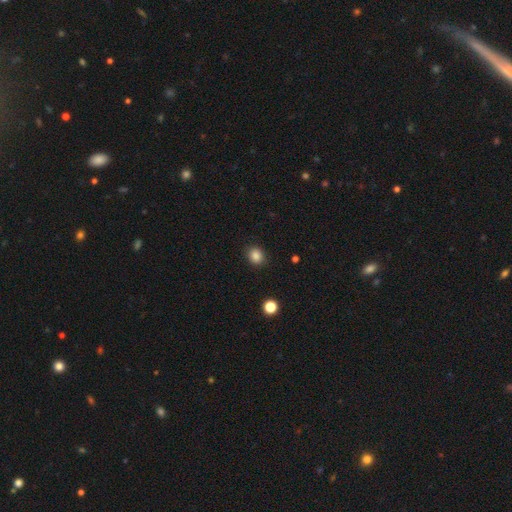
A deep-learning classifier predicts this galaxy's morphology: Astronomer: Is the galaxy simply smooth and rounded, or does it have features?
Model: smooth — 85%.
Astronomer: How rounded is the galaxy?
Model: round — 66%.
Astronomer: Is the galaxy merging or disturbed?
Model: none — 89%.